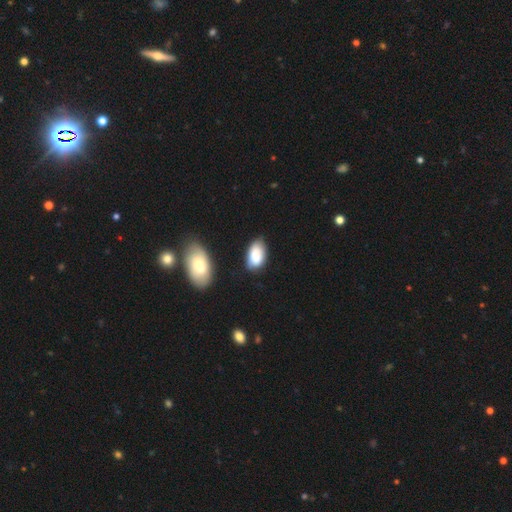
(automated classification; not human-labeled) This appears to be a smooth galaxy with no disk features (83%) that is in between round and cigar-shaped (94%). Merging: none (67%).